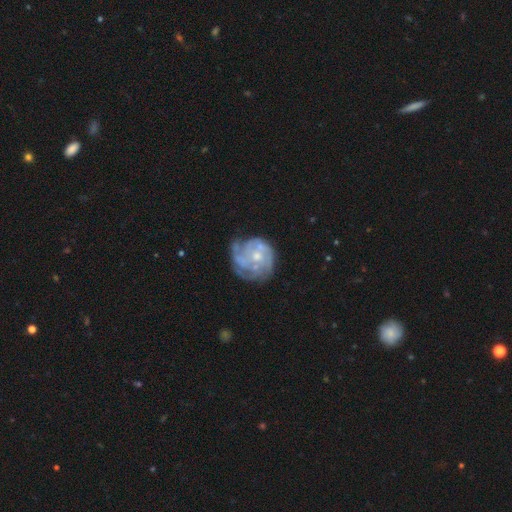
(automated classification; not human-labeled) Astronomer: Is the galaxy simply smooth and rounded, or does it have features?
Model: featured or disk — 79%.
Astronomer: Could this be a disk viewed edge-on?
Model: no — 98%.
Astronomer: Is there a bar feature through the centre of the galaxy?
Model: no — 79%.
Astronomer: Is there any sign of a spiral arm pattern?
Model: yes — 84%.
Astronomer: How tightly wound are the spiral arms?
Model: tight — 61%.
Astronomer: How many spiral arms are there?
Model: can't tell — 42% (runner-up: 3, 18%).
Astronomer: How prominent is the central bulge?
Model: small — 53% (runner-up: moderate, 39%).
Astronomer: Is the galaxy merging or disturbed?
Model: none — 59%.